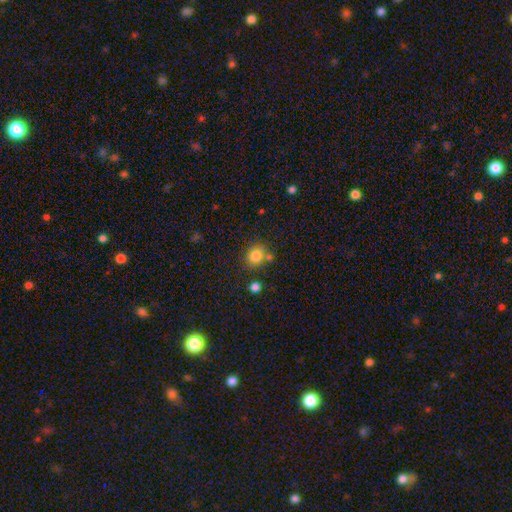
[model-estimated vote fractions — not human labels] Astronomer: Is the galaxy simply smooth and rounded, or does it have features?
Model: smooth — 82%.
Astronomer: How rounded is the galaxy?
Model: round — 69%.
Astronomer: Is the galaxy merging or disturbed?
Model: none — 71%.